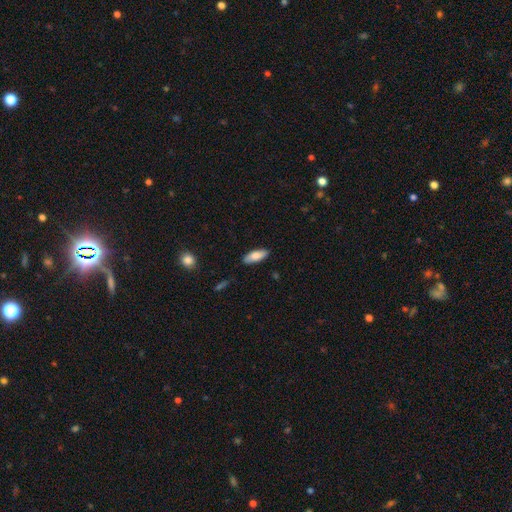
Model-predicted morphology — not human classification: type=smooth (80%); roundness=in between (76%); merging=none (86%).